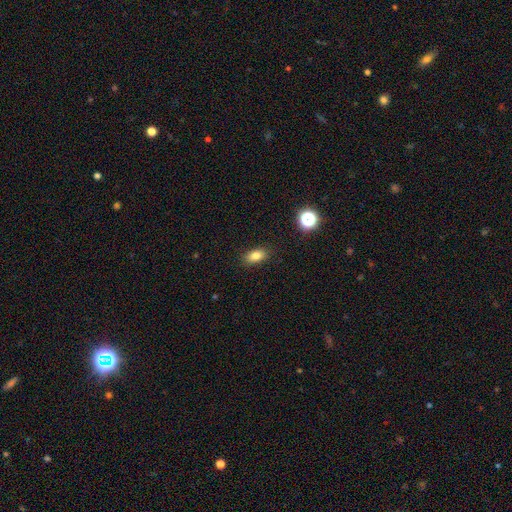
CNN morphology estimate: This appears to be a smooth galaxy with no disk features (82%) that is in between round and cigar-shaped (86%). Merging: none (88%).